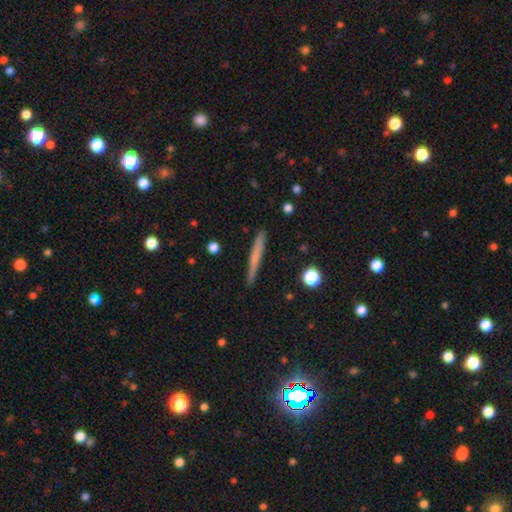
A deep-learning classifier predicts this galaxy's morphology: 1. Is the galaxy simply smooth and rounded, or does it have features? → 61% smooth, 32% featured or disk, 6% star or artifact.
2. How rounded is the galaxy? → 96% cigar-shaped, 2% in between, 2% round.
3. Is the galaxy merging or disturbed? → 89% none, 8% minor disturbance, 2% major disturbance, 1% merger.